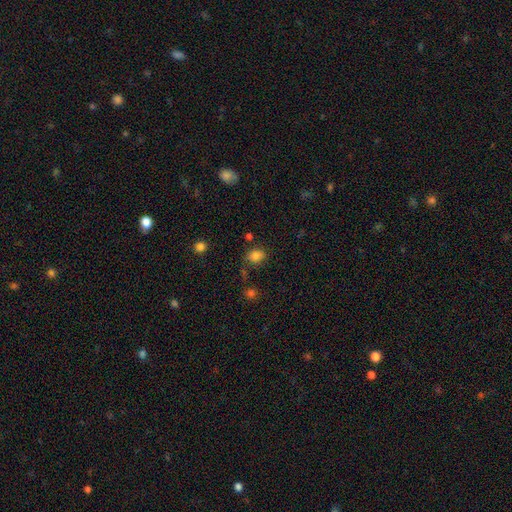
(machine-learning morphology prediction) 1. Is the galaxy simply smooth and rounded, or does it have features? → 80% smooth, 13% star or artifact, 6% featured or disk.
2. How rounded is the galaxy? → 56% in between, 43% round, 1% cigar-shaped.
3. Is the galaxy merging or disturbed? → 70% none, 19% minor disturbance, 6% merger, 5% major disturbance.